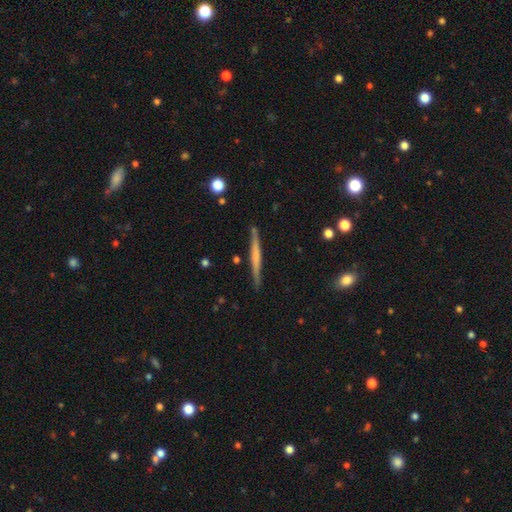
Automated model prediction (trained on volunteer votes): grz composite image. It shows a featured or disk galaxy (53%) viewed edge-on (97%) with no central bulge (65%). Merging: none (88%).